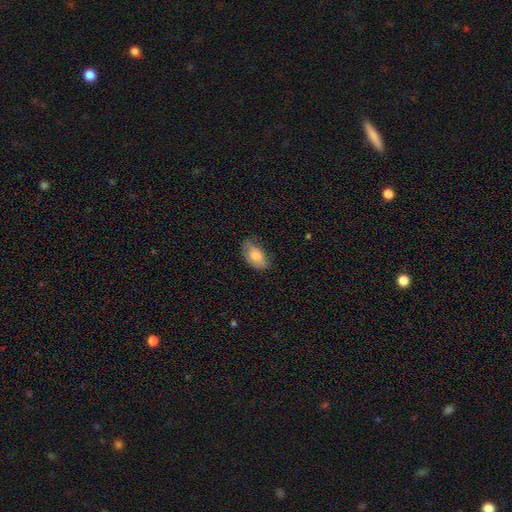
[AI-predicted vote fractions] A smooth galaxy with no disk features (77%) that is in between round and cigar-shaped (93%).

Vote fractions:
- Smooth or featured? smooth: 77% / featured or disk: 16% / star or artifact: 7%
- How rounded? in between: 93% / round: 5% / cigar-shaped: 2%
- Merging? none: 70% / minor disturbance: 24% / major disturbance: 5% / merger: 1%